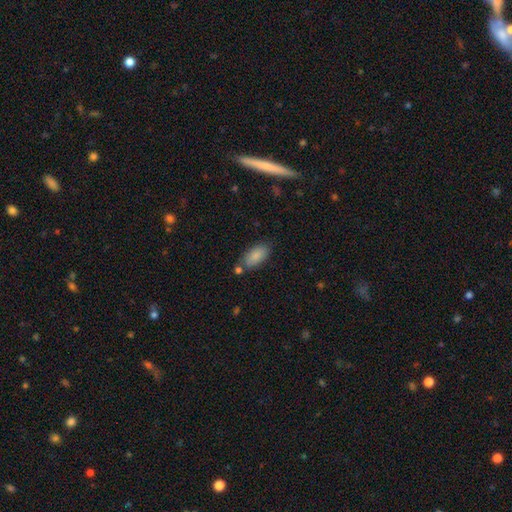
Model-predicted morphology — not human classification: Overall: smooth (86%). How rounded: in between (89%). Merging: none (70%).